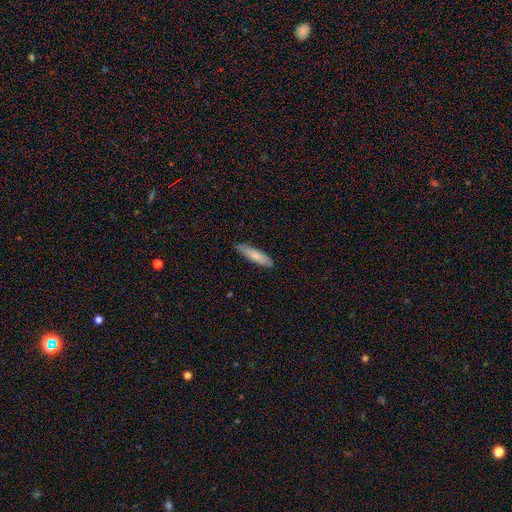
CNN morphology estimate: Q: Smooth or featured?
A: smooth (77%); runner-up: featured or disk (18%)
Q: How rounded?
A: cigar-shaped (73%); runner-up: in between (25%)
Q: Merging?
A: none (85%); runner-up: minor disturbance (12%)